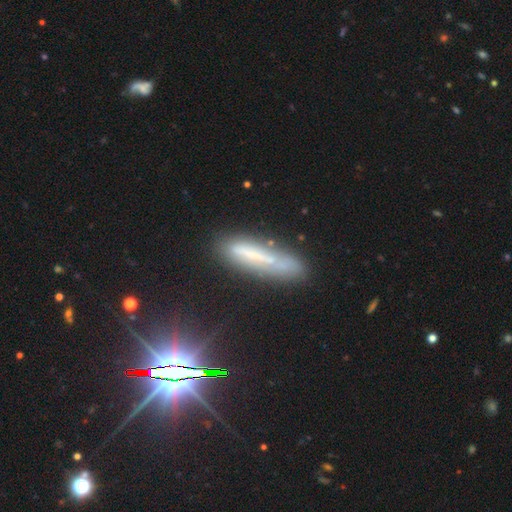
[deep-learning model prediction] This appears to be a smooth galaxy with no disk features (49%). Merging: none (68%).